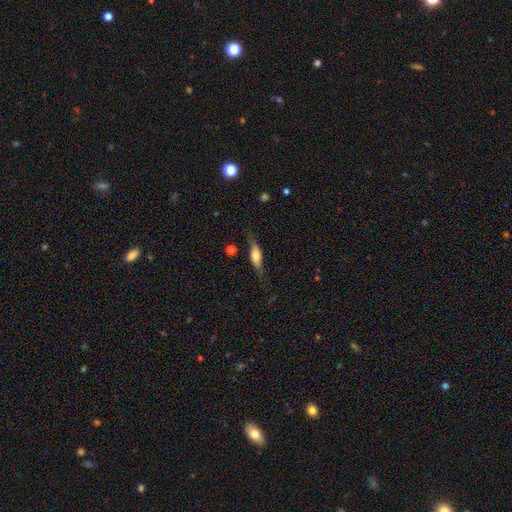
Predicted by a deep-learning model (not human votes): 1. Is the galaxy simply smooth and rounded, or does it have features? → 51% smooth, 42% featured or disk, 7% star or artifact.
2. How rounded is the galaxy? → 50% in between, 47% cigar-shaped, 3% round.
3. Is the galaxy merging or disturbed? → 69% none, 21% minor disturbance, 8% major disturbance, 2% merger.